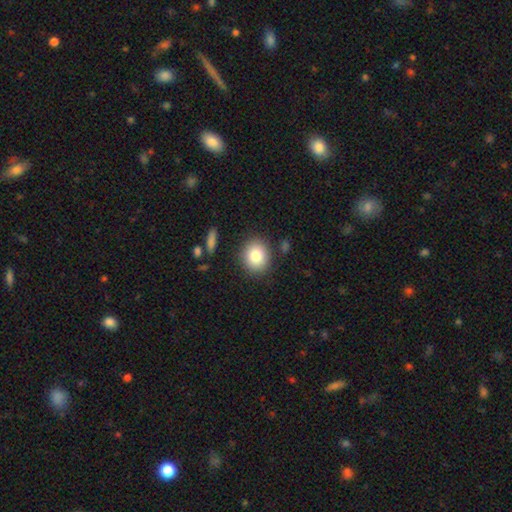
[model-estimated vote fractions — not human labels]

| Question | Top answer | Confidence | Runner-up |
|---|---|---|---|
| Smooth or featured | smooth | 82% | featured or disk (9%) |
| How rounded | round | 72% | in between (27%) |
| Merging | none | 85% | minor disturbance (9%) |